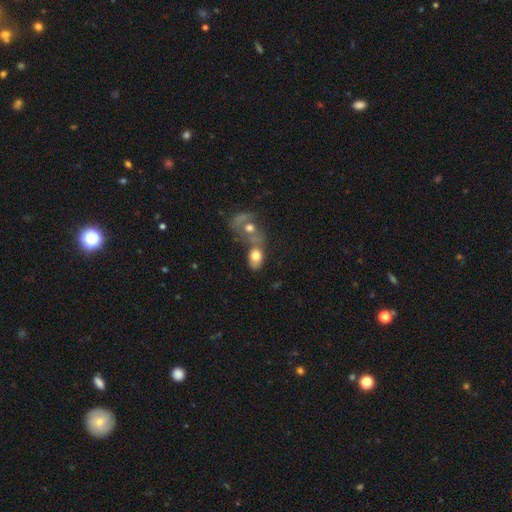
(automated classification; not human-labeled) The model was most divided on "merging": merger: 60%, none: 22%, minor disturbance: 10%, major disturbance: 9%. More confident: how rounded — in between (77%); smooth or featured — smooth (69%).